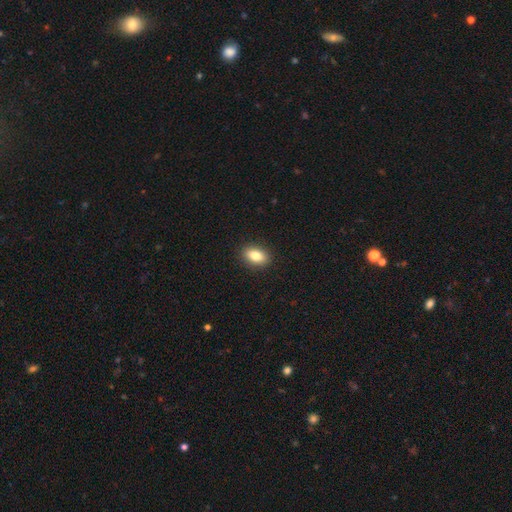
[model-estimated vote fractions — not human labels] smooth_or_featured: smooth (p=0.82) [alt: featured or disk p=0.10]
how_rounded: in between (p=0.82) [alt: round p=0.16]
merging: none (p=0.90) [alt: minor disturbance p=0.07]